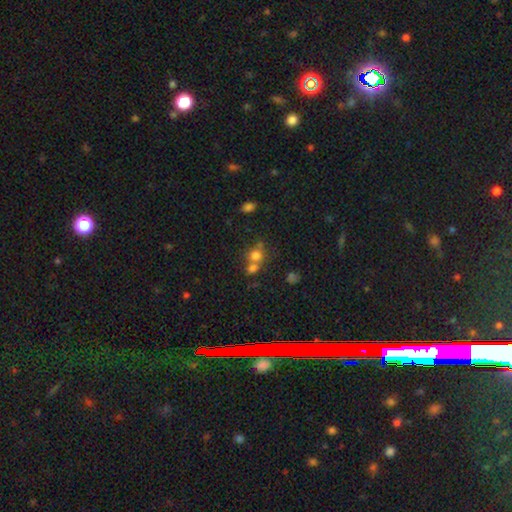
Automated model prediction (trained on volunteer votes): Smooth or featured? Predicted: smooth (p=0.73). How rounded? Predicted: round (p=0.75). Merging? Predicted: merger (p=0.47).